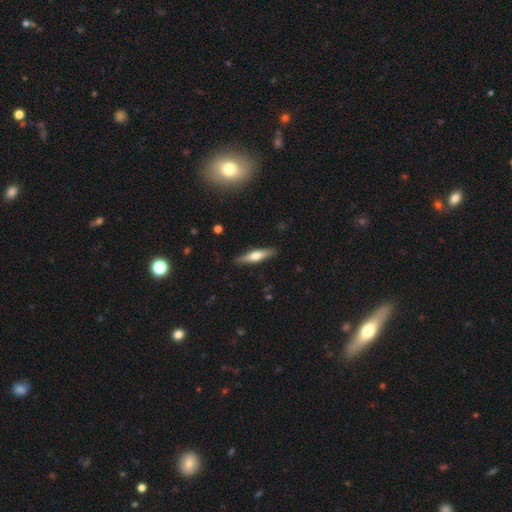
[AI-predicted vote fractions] Morphology: type=smooth (50%); roundness=cigar-shaped (79%); merging=none (88%).